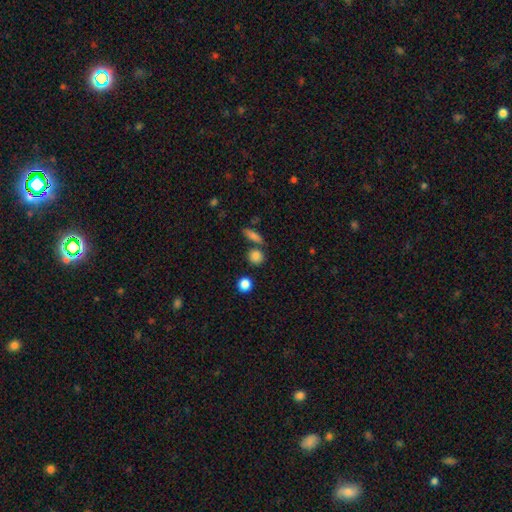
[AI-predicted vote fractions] Overall: smooth (82%). How rounded: round (73%). Merging: none (72%).